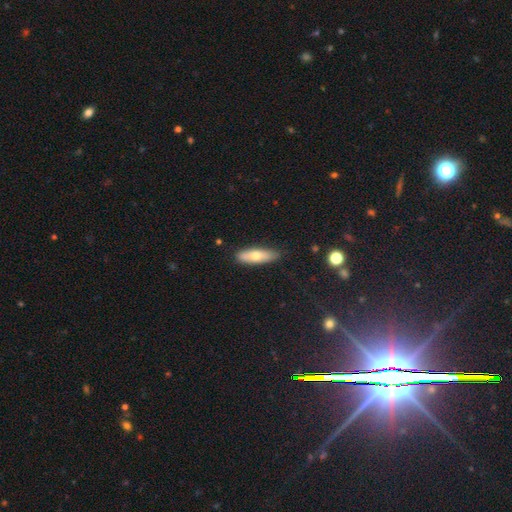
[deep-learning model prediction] Smooth or featured: smooth — 66% (featured or disk — 28%)
How rounded: in between — 51% (cigar-shaped — 47%)
Merging: none — 82% (minor disturbance — 14%)